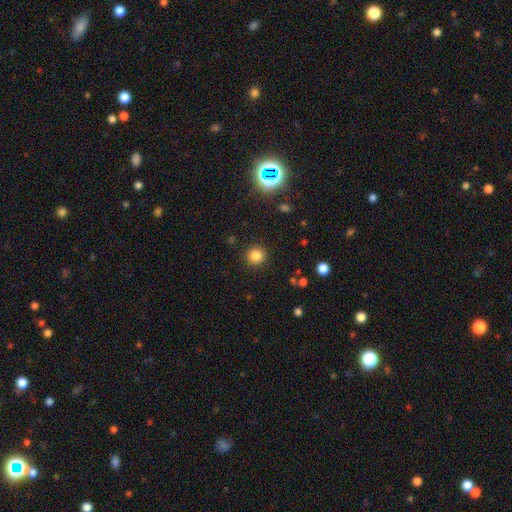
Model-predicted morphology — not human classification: This appears to be a smooth galaxy with no disk features (81%) that is round (93%). Merging: none (91%).